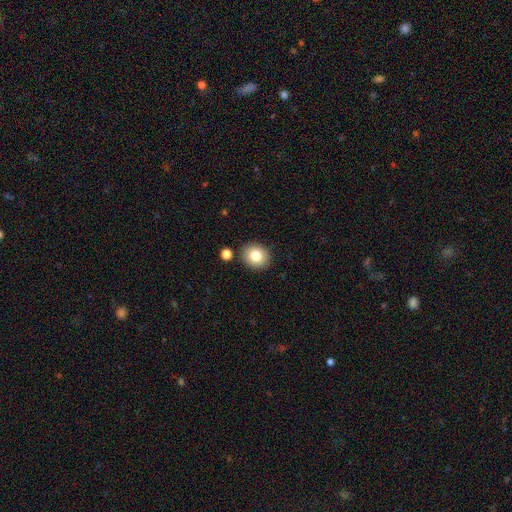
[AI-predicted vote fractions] This appears to be a smooth galaxy with no disk features (81%) that is round (73%). Merging: none (86%).